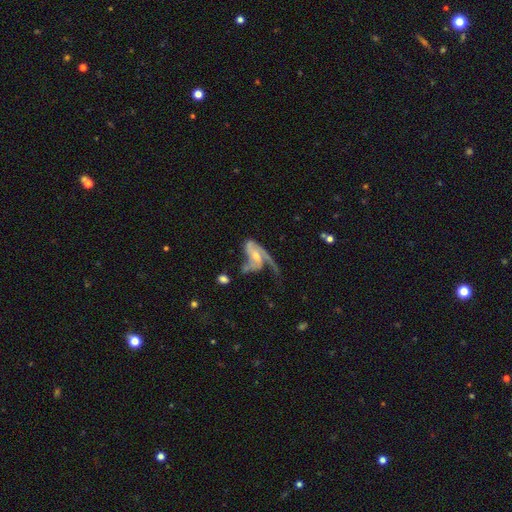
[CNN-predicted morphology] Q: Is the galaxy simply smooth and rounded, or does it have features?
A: featured or disk — 80%.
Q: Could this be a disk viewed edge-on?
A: no — 95%.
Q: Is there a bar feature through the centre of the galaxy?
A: no — 49%.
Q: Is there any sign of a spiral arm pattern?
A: yes — 88%.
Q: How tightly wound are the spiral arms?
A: loose — 48%.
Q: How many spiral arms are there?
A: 2 — 54%.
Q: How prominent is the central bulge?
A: small — 45%.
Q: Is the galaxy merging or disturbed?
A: major disturbance — 43%.